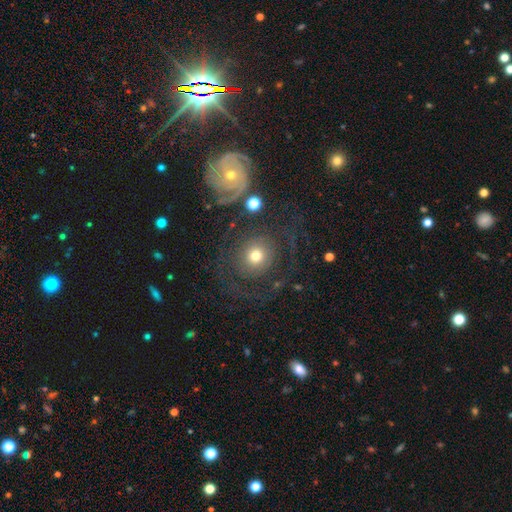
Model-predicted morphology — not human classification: smooth-or-featured: featured or disk: 51% | smooth: 37% | star or artifact: 12%
  disk-edge-on: no: 96% | yes: 4%
  merging: none: 65% | major disturbance: 19% | minor disturbance: 12% | merger: 4%